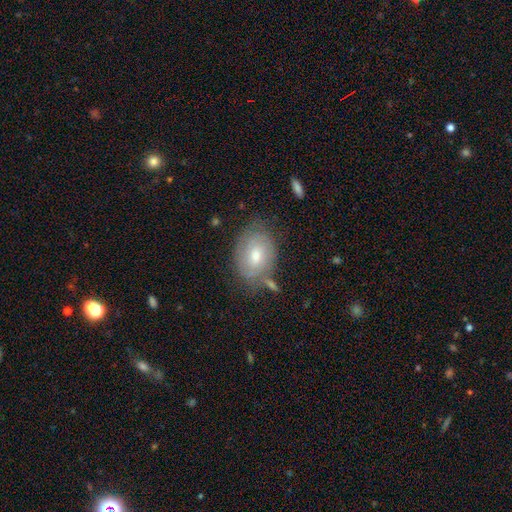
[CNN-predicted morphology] Overall: featured or disk (53%; smooth 39%). Edge-on disk: no (95%). Merging: none (68%).